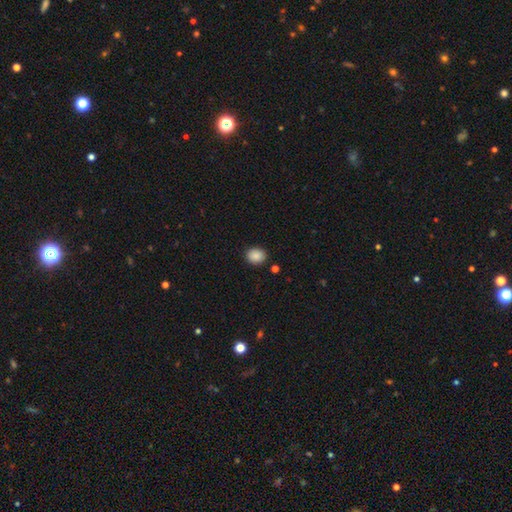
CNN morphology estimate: smooth 88%, star or artifact 9%, featured or disk 3%. Down the decision tree: how rounded — round (59%); merging — none (88%).